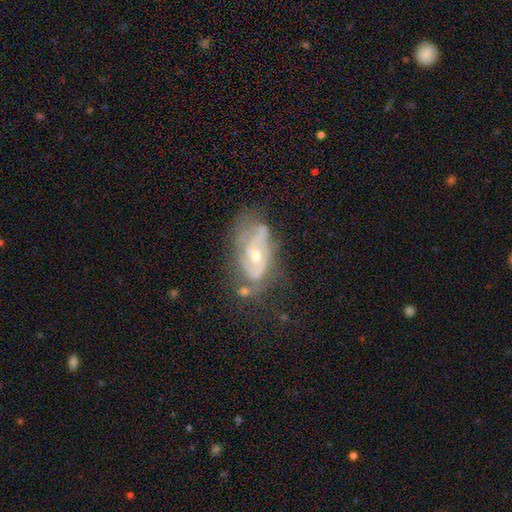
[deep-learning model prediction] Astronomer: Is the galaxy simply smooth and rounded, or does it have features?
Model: featured or disk — 78%.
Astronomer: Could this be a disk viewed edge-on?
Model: no — 94%.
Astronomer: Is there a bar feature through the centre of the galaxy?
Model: no — 63%.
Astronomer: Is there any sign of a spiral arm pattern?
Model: yes — 78%.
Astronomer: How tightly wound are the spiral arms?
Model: tight — 46% (runner-up: medium, 38%).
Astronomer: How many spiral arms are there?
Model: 2 — 45% (runner-up: can't tell, 34%).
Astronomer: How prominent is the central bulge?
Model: small — 53% (runner-up: moderate, 43%).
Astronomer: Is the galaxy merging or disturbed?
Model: none — 42% (runner-up: minor disturbance, 27%).